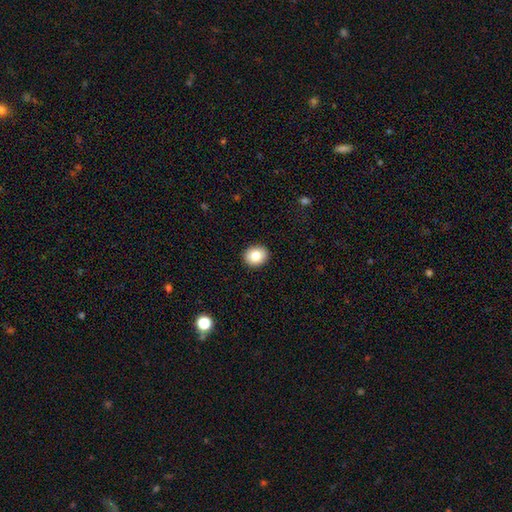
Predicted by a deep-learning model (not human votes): Q: Smooth or featured?
A: smooth (82%); runner-up: star or artifact (9%)
Q: How rounded?
A: round (69%); runner-up: in between (30%)
Q: Merging?
A: none (92%); runner-up: minor disturbance (6%)